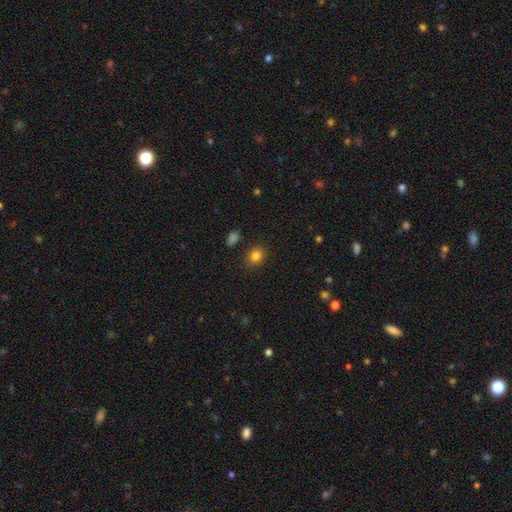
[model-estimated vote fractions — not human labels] A smooth galaxy with no disk features (83%) that is round (65%).

Vote fractions:
- Smooth or featured? smooth: 83% / star or artifact: 12% / featured or disk: 5%
- How rounded? round: 65% / in between: 34% / cigar-shaped: 1%
- Merging? none: 84% / minor disturbance: 10% / major disturbance: 3% / merger: 2%